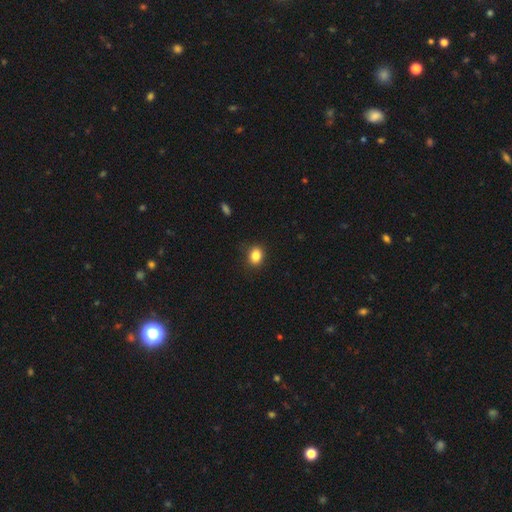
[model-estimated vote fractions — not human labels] Smooth or featured: smooth — 85% (star or artifact — 10%)
How rounded: in between — 50% (round — 49%)
Merging: none — 85% (minor disturbance — 11%)